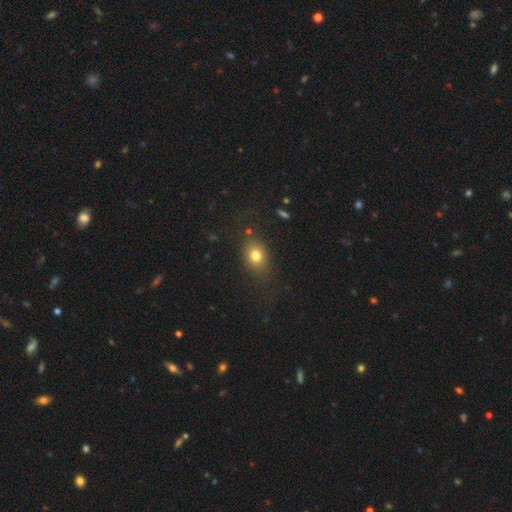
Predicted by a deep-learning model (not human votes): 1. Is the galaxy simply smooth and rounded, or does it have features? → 77% smooth, 12% star or artifact, 10% featured or disk.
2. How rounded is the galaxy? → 58% in between, 40% round, 2% cigar-shaped.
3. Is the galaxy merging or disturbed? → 77% none, 14% minor disturbance, 7% major disturbance, 2% merger.